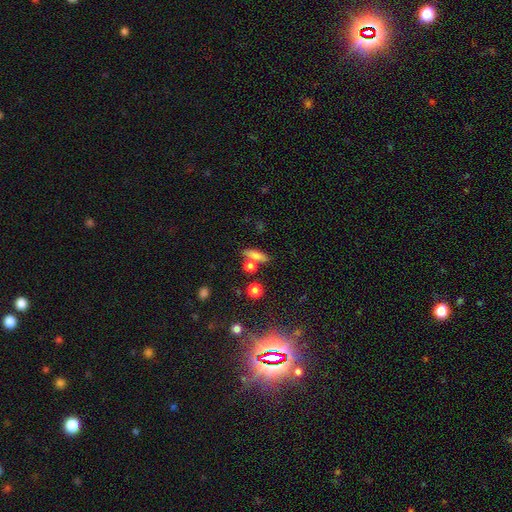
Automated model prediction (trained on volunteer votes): smooth-or-featured: smooth: 75% | featured or disk: 14% | star or artifact: 11%
  how-rounded: cigar-shaped: 51% | in between: 38% | round: 12%
  merging: none: 65% | merger: 19% | minor disturbance: 12% | major disturbance: 5%